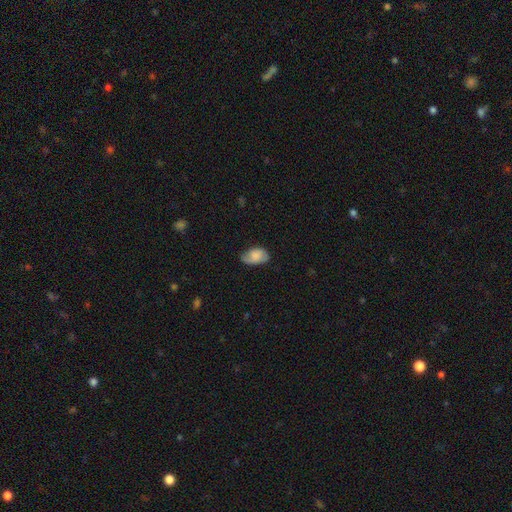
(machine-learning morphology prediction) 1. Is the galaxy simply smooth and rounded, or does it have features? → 69% smooth, 24% featured or disk, 8% star or artifact.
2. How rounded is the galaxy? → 91% in between, 7% round, 1% cigar-shaped.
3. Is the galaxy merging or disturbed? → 58% none, 32% minor disturbance, 9% major disturbance, 1% merger.